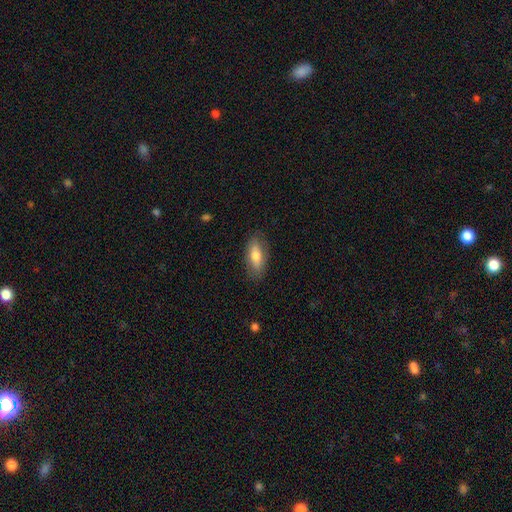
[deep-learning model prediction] Smooth or featured?
  - smooth: 72% *
  - featured or disk: 22%
  - star or artifact: 6%
How rounded?
  - in between: 80% *
  - cigar-shaped: 16%
  - round: 3%
Merging?
  - none: 81% *
  - minor disturbance: 14%
  - major disturbance: 4%
  - merger: 1%